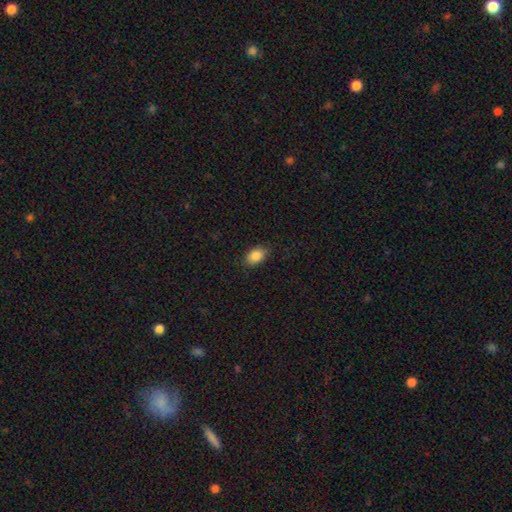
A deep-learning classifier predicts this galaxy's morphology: type=smooth (87%); roundness=in between (81%); merging=none (85%).